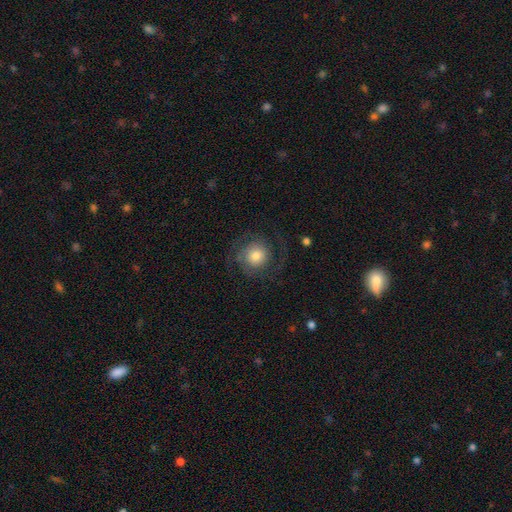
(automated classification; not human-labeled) Smooth or featured? featured or disk (57%)
Edge-on disk? no (98%)
Bar? no (80%)
Spiral arms? yes (88%)
Bulge size? moderate (51%)
Merging? none (71%)